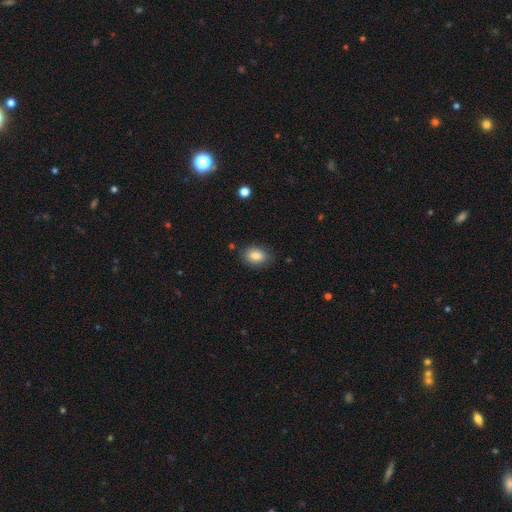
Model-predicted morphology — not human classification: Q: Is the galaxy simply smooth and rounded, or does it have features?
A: smooth — 83%.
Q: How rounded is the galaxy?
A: in between — 79%.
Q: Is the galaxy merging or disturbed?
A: none — 80%.